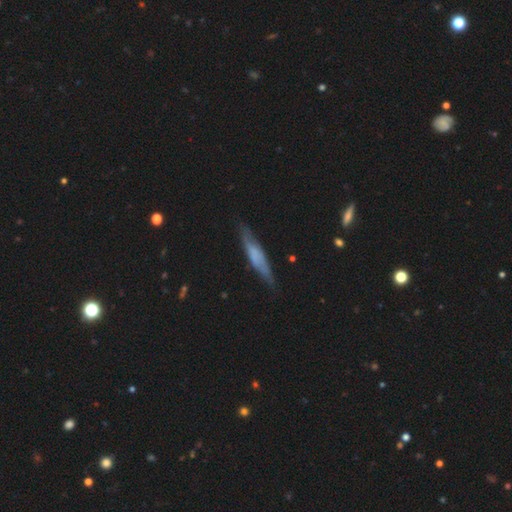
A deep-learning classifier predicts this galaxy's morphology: featured or disk 48%, smooth 45%, star or artifact 7%. Down the decision tree: merging — none (75%).